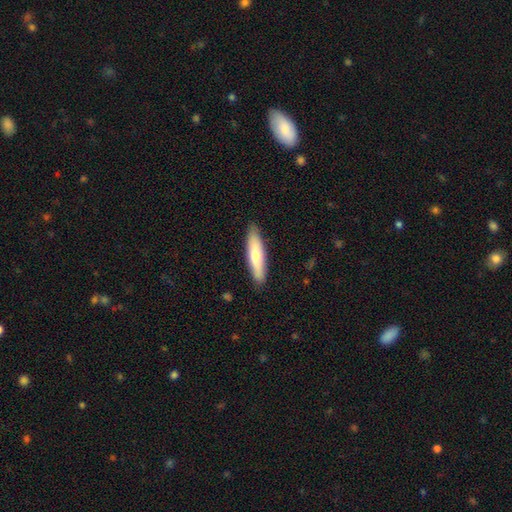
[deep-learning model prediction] smooth 63%, featured or disk 31%, star or artifact 5%. Down the decision tree: how rounded — cigar-shaped (75%); merging — none (89%).